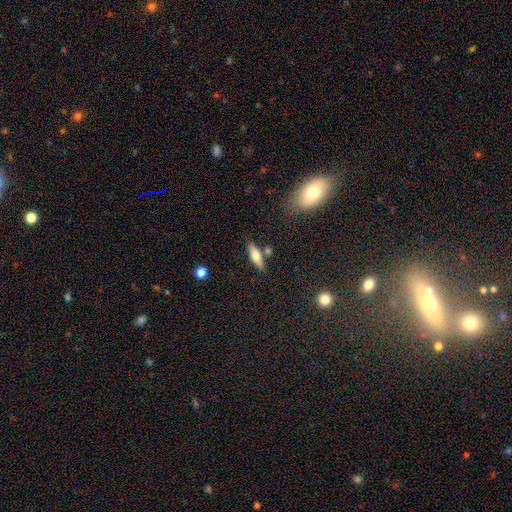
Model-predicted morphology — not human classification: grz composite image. It shows a smooth galaxy with no disk features (58%) that is cigar-shaped (53%). Merging: none (76%).